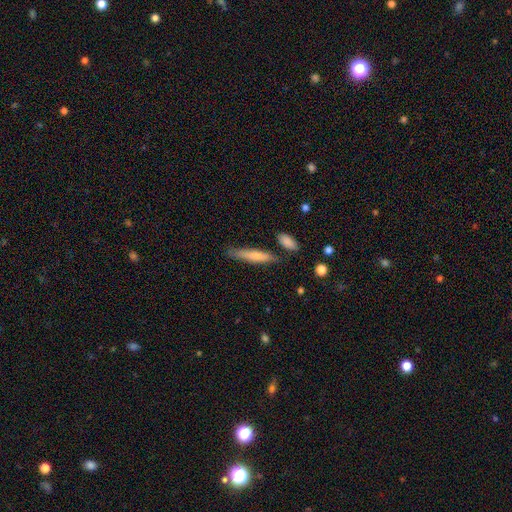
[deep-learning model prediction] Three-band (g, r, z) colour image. It shows a smooth galaxy with no disk features (70%) that is cigar-shaped (88%). Merging: none (77%).